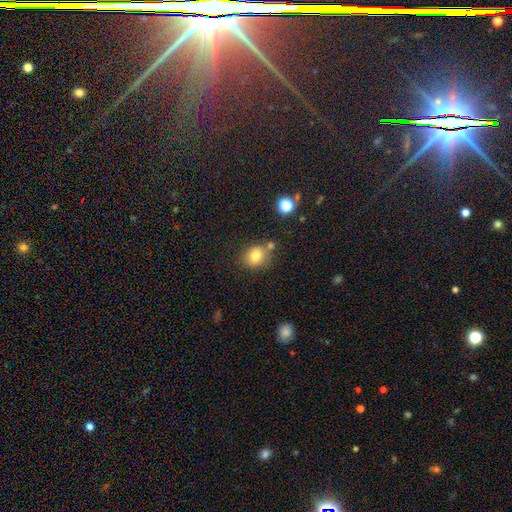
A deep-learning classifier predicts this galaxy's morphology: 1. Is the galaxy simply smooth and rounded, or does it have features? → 79% smooth, 12% star or artifact, 9% featured or disk.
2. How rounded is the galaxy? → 66% round, 33% in between, 1% cigar-shaped.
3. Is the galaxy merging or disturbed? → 66% none, 16% merger, 14% minor disturbance, 4% major disturbance.